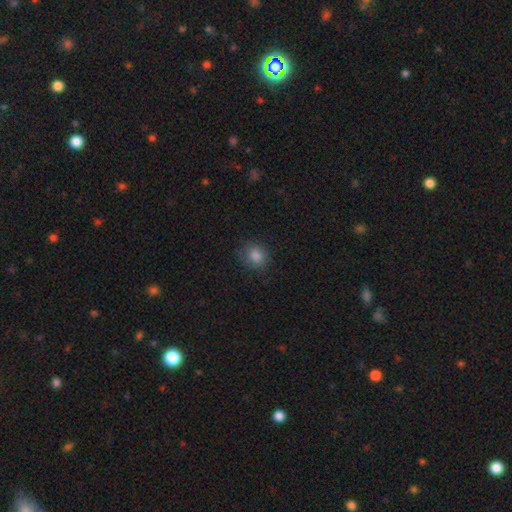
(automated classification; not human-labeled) Smooth or featured? Predicted: smooth (p=0.83). How rounded? Predicted: round (p=0.79). Merging? Predicted: none (p=0.79).